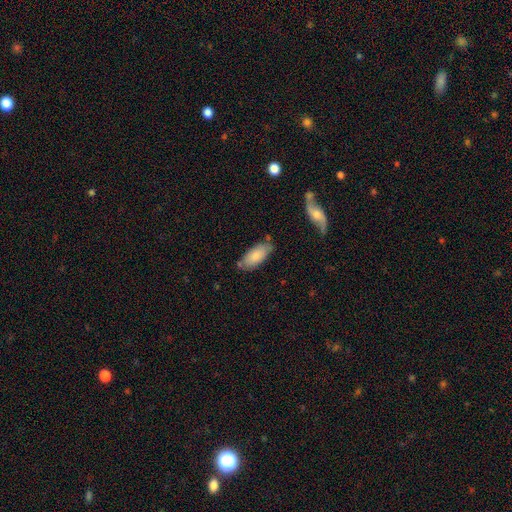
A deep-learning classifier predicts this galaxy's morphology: Smooth or featured? Predicted: smooth (p=0.81). How rounded? Predicted: in between (p=0.87). Merging? Predicted: none (p=0.69).